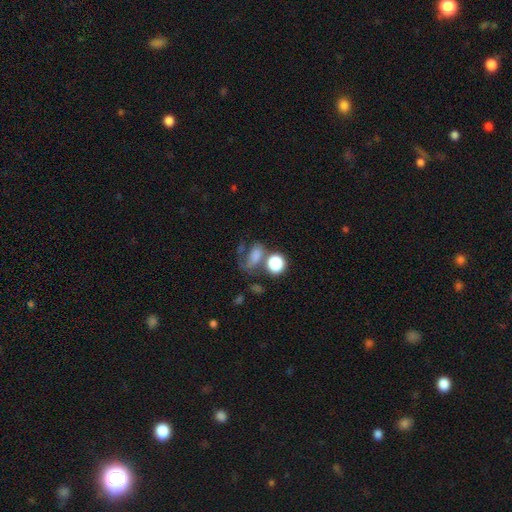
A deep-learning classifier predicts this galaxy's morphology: smooth-or-featured: smooth: 64% | featured or disk: 19% | star or artifact: 17%
  how-rounded: in between: 68% | round: 28% | cigar-shaped: 4%
  merging: none: 33% | merger: 25% | major disturbance: 23% | minor disturbance: 19%